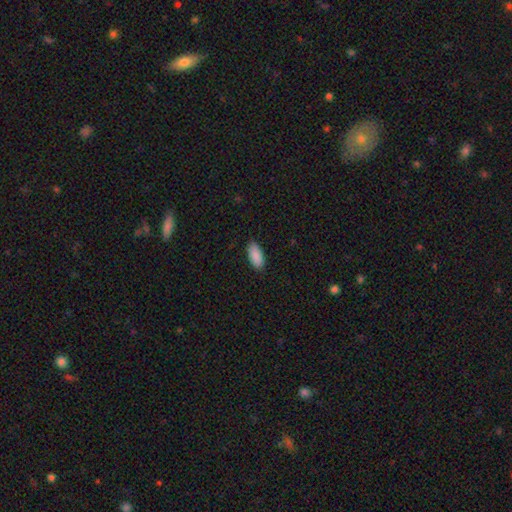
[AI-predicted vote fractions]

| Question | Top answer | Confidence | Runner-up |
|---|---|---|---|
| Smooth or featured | smooth | 90% | star or artifact (6%) |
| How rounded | in between | 91% | cigar-shaped (7%) |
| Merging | none | 88% | minor disturbance (9%) |